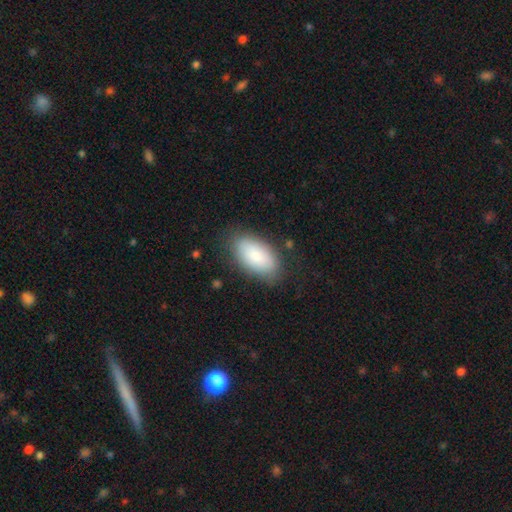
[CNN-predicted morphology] smooth-or-featured: smooth: 78% | featured or disk: 16% | star or artifact: 7%
  how-rounded: in between: 94% | round: 4% | cigar-shaped: 2%
  merging: none: 78% | minor disturbance: 16% | major disturbance: 5% | merger: 2%